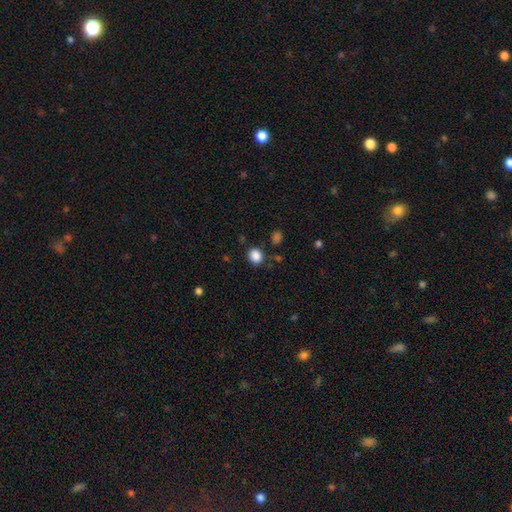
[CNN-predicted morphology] smooth-or-featured: smooth: 87% | star or artifact: 10% | featured or disk: 3%
  how-rounded: round: 70% | in between: 29% | cigar-shaped: 1%
  merging: none: 83% | minor disturbance: 10% | major disturbance: 3% | merger: 3%